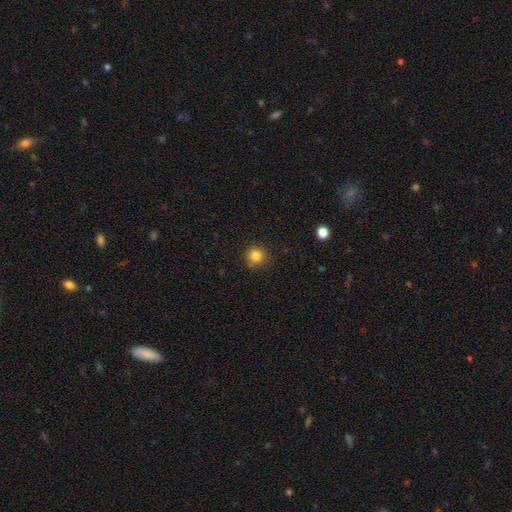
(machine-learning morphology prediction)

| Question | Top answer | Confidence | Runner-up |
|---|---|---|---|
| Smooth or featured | smooth | 83% | star or artifact (12%) |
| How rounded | round | 93% | in between (6%) |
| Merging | none | 87% | minor disturbance (8%) |